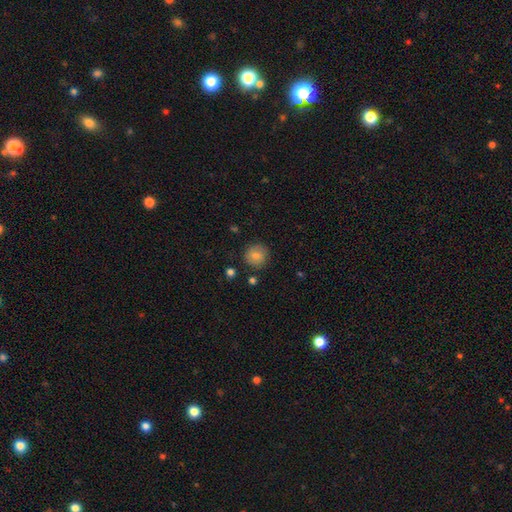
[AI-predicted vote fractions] Morphology: type=smooth (80%); roundness=round (93%); merging=none (84%).